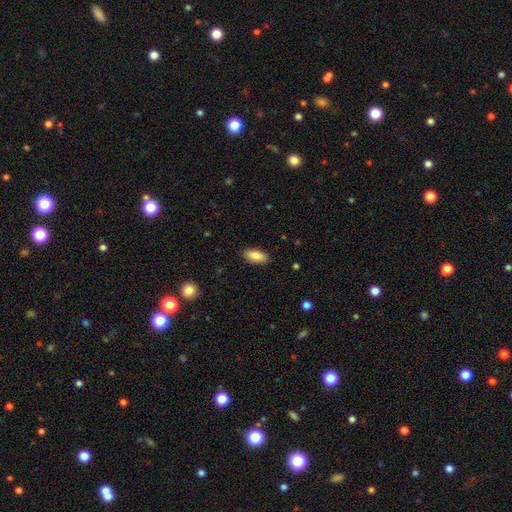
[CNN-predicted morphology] This is clearly a smooth galaxy (88%). How rounded: clearly in between (90%). Merging: clearly none (88%).